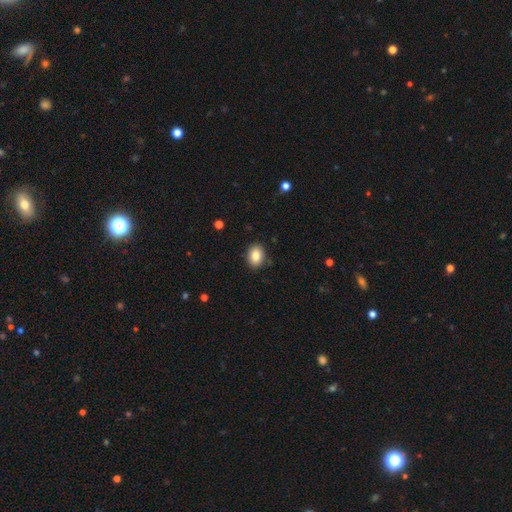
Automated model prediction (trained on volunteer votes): Smooth or featured: smooth — 85% (star or artifact — 9%)
How rounded: in between — 63% (round — 36%)
Merging: none — 88% (minor disturbance — 9%)